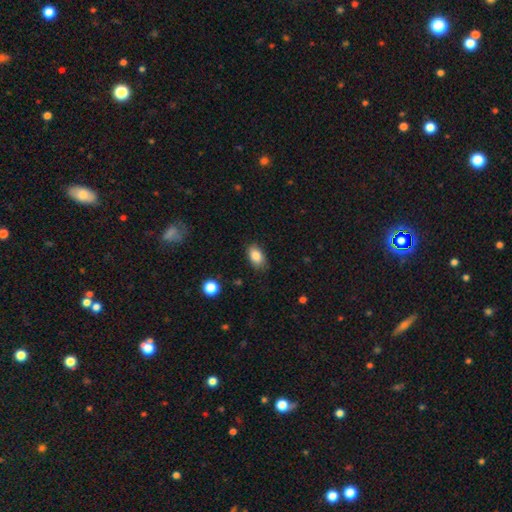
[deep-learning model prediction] smooth-or-featured: smooth: 85% | star or artifact: 8% | featured or disk: 6%
  how-rounded: in between: 89% | round: 9% | cigar-shaped: 2%
  merging: none: 83% | minor disturbance: 13% | major disturbance: 3% | merger: 1%